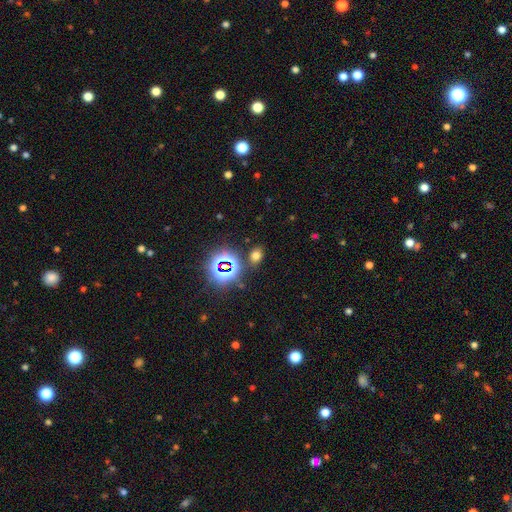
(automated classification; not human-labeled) This appears to be a smooth galaxy with no disk features (60%) that is in between round and cigar-shaped (65%). Merging: none (82%).